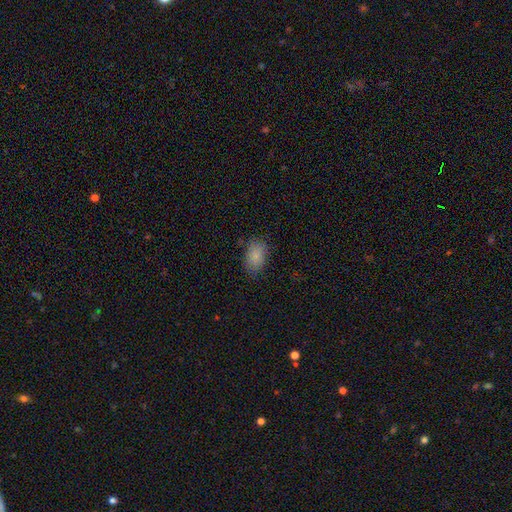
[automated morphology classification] Overall: smooth (85%). How rounded: in between (89%). Merging: none (79%).